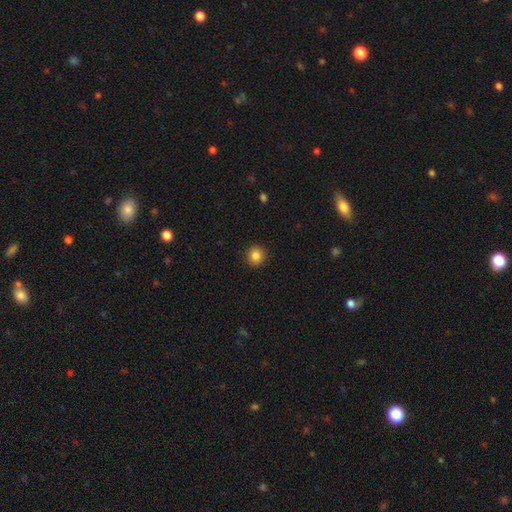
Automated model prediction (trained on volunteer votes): smooth_or_featured: smooth (p=0.85) [alt: star or artifact p=0.10]
how_rounded: round (p=0.91) [alt: in between p=0.08]
merging: none (p=0.92) [alt: minor disturbance p=0.05]